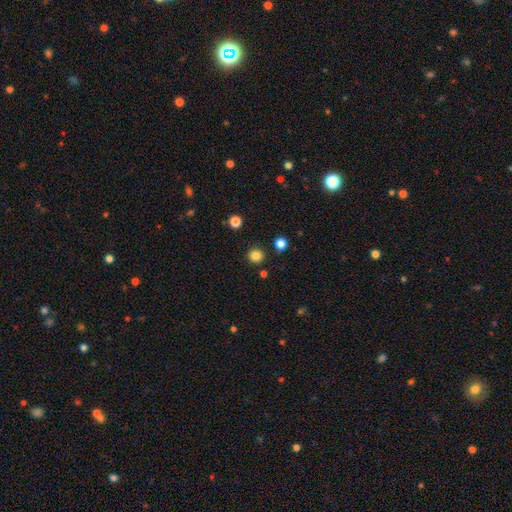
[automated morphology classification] This appears to be a smooth galaxy with no disk features (83%) that is round (91%). Merging: none (89%).